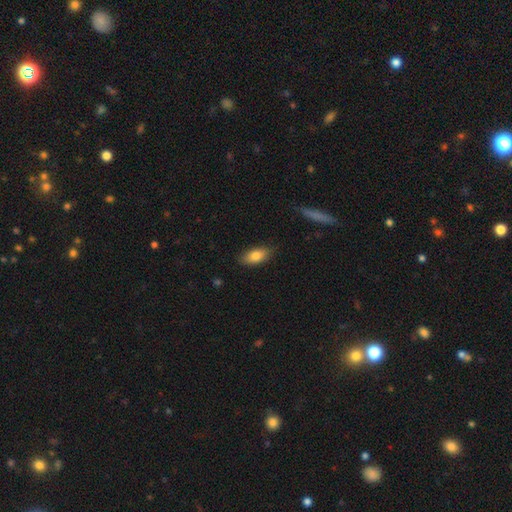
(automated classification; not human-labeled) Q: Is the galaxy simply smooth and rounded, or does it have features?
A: smooth — 82%.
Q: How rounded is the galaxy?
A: in between — 86%.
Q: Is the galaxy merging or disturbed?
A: none — 84%.